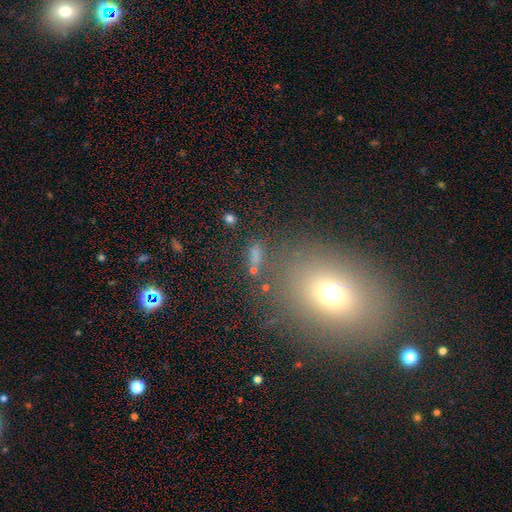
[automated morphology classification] Smooth or featured? smooth (58%)
How rounded? in between (63%)
Merging? none (58%)